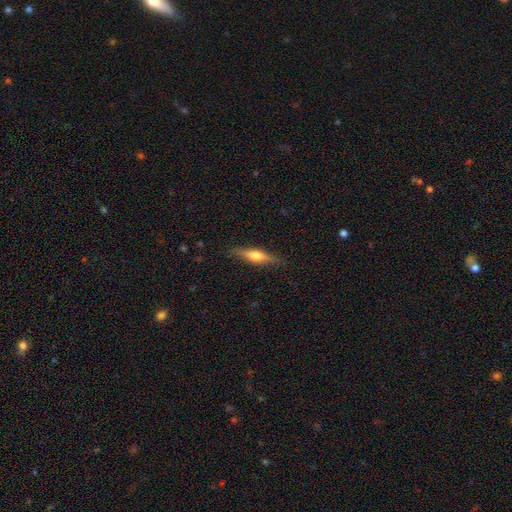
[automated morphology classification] type=featured or disk (47%, tied with smooth); merging=none (85%).